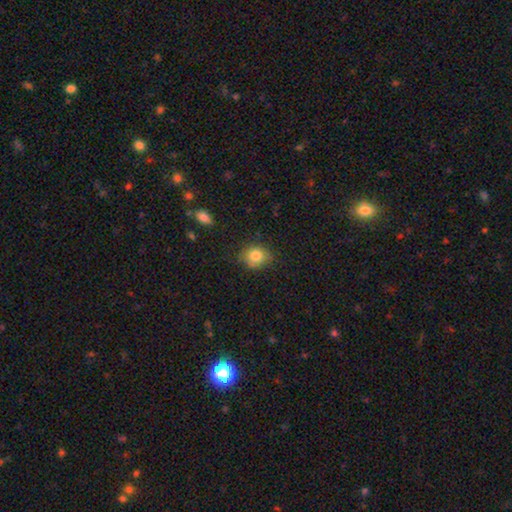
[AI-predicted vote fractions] Smooth or featured? smooth (81%)
How rounded? round (72%)
Merging? none (74%)